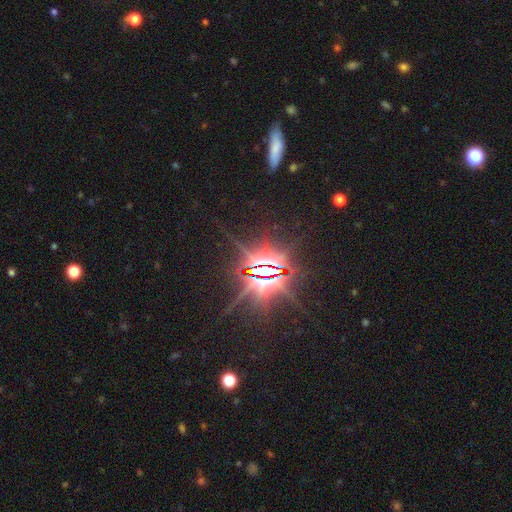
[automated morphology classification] The model was most divided on "smooth or featured": star or artifact: 84%, featured or disk: 8%, smooth: 8%.